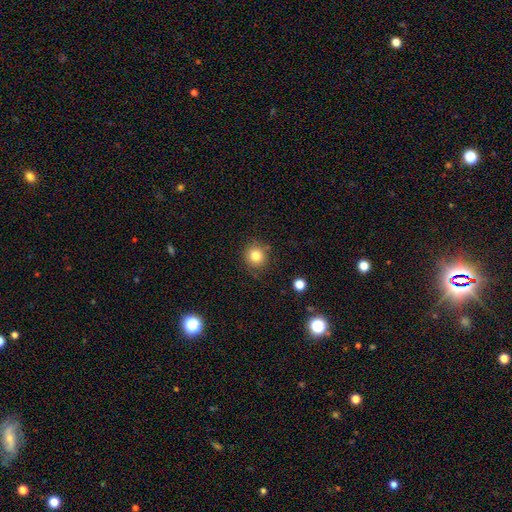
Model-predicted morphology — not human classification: Smooth or featured? Predicted: smooth (p=0.81). How rounded? Predicted: round (p=0.88). Merging? Predicted: none (p=0.81).